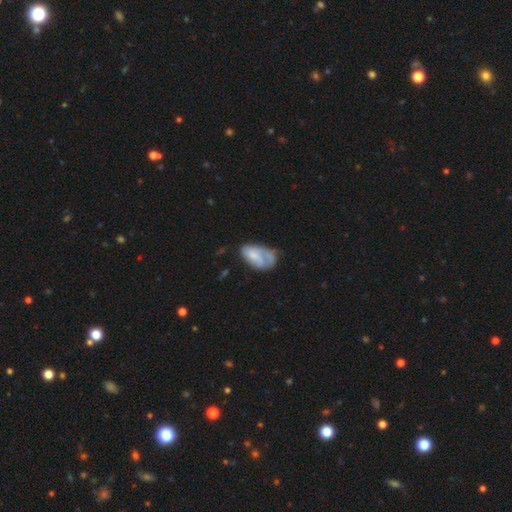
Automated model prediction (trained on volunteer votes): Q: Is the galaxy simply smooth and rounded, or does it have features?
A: smooth — 51%.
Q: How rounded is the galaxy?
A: in between — 91%.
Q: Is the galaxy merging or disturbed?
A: none — 40%.